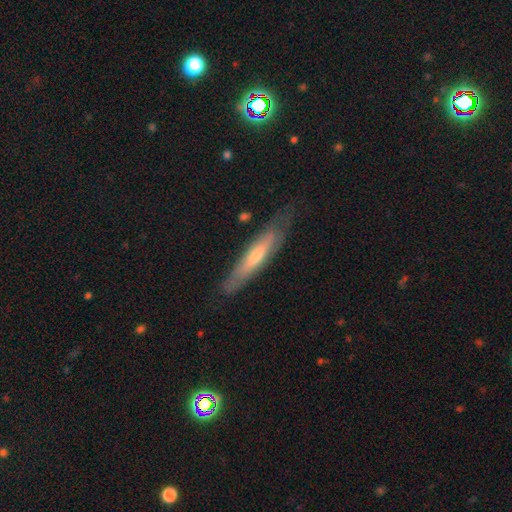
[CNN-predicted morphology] The model was most divided on "smooth or featured": featured or disk: 48%, smooth: 46%, star or artifact: 6%. More confident: merging — none (72%).